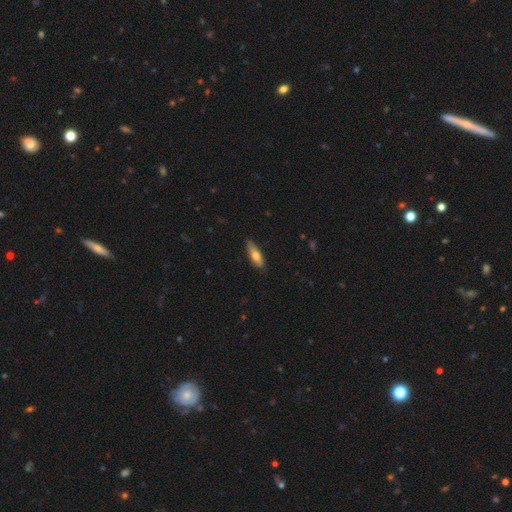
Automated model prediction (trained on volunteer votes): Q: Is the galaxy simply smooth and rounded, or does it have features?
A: smooth — 68%.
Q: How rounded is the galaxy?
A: cigar-shaped — 50%.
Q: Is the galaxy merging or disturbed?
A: none — 80%.